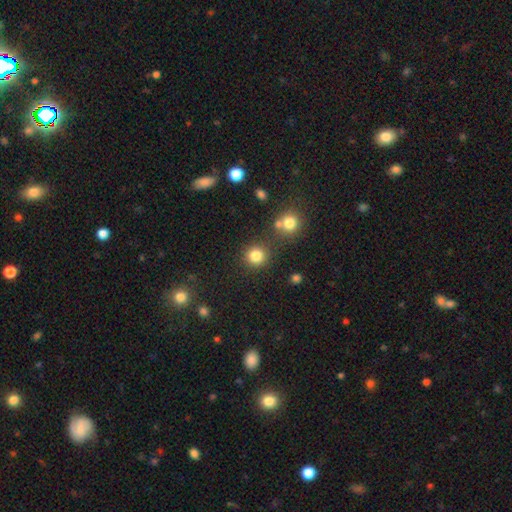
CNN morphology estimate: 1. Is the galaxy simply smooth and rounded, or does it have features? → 83% smooth, 13% star or artifact, 5% featured or disk.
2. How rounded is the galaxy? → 91% round, 8% in between, 1% cigar-shaped.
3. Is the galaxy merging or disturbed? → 81% none, 8% minor disturbance, 8% merger, 4% major disturbance.